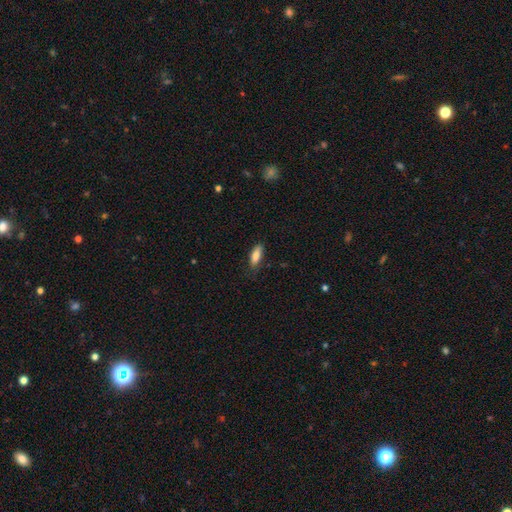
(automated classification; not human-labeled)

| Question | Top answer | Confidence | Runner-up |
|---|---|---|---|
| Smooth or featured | smooth | 82% | featured or disk (11%) |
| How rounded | in between | 66% | cigar-shaped (32%) |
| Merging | none | 80% | minor disturbance (16%) |